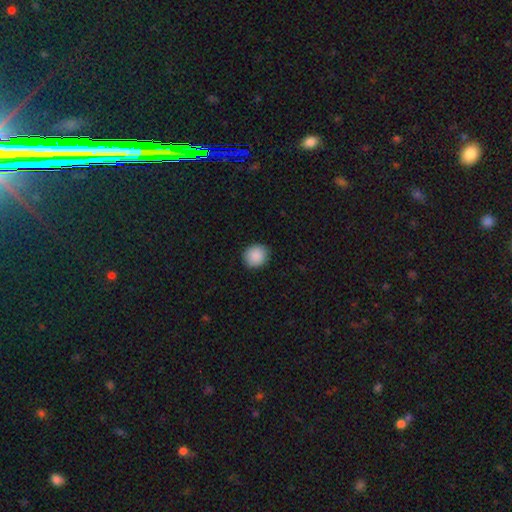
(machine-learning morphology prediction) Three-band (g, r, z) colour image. It shows a smooth galaxy with no disk features (90%) that is round (81%). Merging: none (90%).